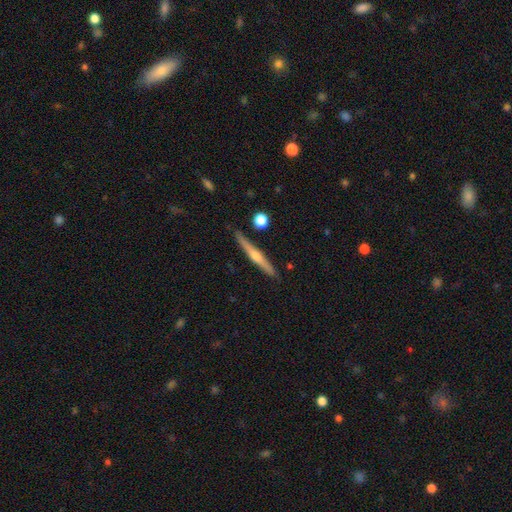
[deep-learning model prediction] Smooth or featured: featured or disk — 69% (smooth — 25%)
Edge-on disk: yes — 98% (no — 2%)
Edge-on bulge: rounded — 86% (none — 9%)
Merging: none — 89% (minor disturbance — 8%)